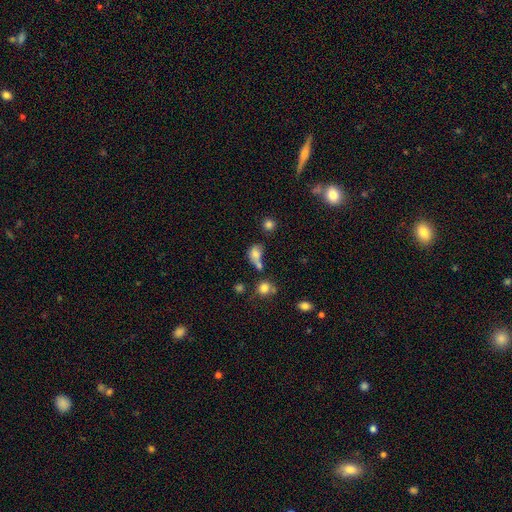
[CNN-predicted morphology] A smooth galaxy with no disk features (73%) that is in between round and cigar-shaped (59%). Merging: merger (36%).